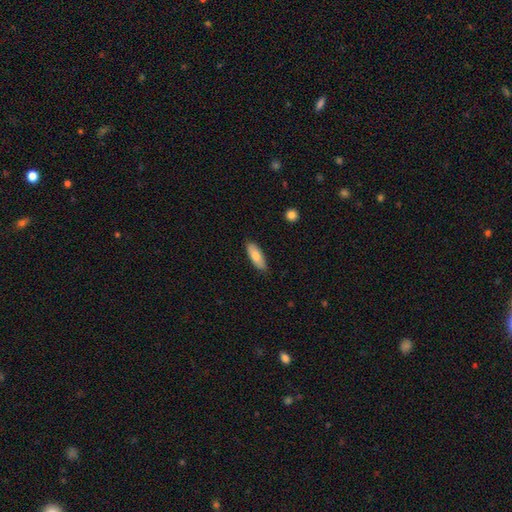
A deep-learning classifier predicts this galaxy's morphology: This is likely a smooth galaxy (79%). How rounded: likely in between (67%). Merging: clearly none (86%).